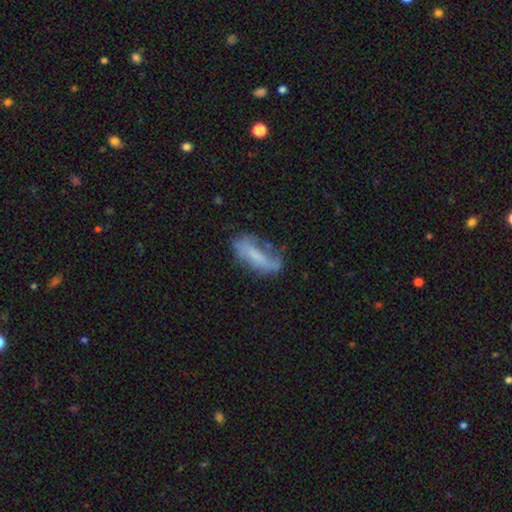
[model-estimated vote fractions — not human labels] This is possibly a smooth galaxy (51%). How rounded: likely in between (64%). Merging: marginally none (42%).